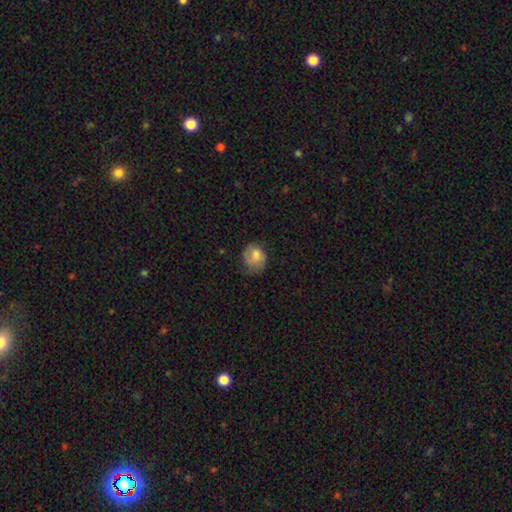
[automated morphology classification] A smooth galaxy with no disk features (73%) that is round (66%).

Vote fractions:
- Smooth or featured? smooth: 73% / featured or disk: 19% / star or artifact: 8%
- How rounded? round: 66% / in between: 33% / cigar-shaped: 1%
- Merging? none: 53% / minor disturbance: 31% / major disturbance: 14% / merger: 1%